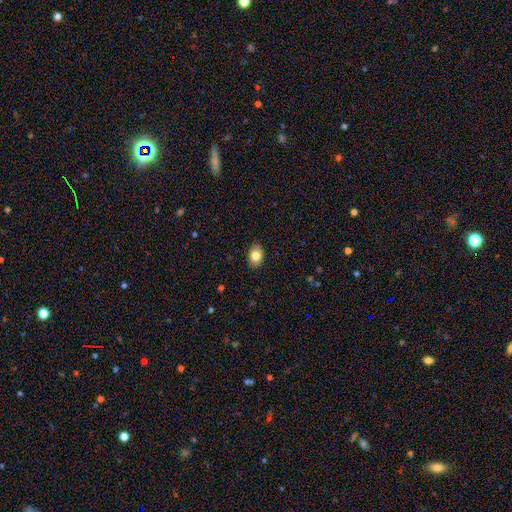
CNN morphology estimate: A smooth galaxy with no disk features (81%) that is in between round and cigar-shaped (81%).

Vote fractions:
- Smooth or featured? smooth: 81% / featured or disk: 11% / star or artifact: 8%
- How rounded? in between: 81% / round: 18% / cigar-shaped: 1%
- Merging? none: 87% / minor disturbance: 10% / major disturbance: 2% / merger: 1%